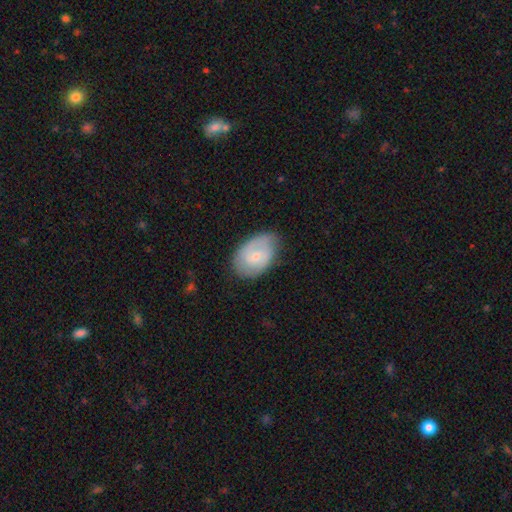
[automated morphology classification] A featured or disk galaxy (51%). Merging: none (70%).